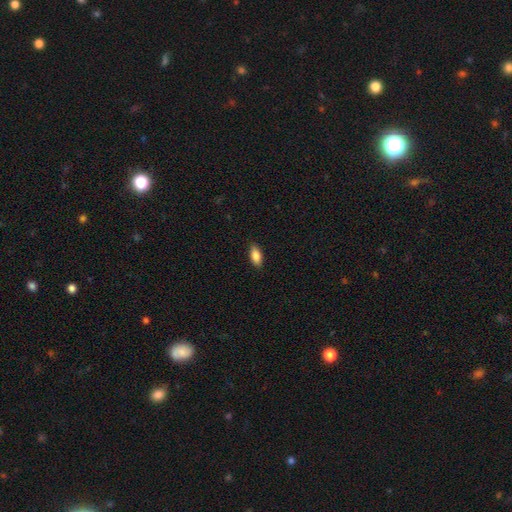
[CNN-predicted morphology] This appears to be a smooth galaxy with no disk features (87%) that is in between round and cigar-shaped (86%). Merging: none (88%).